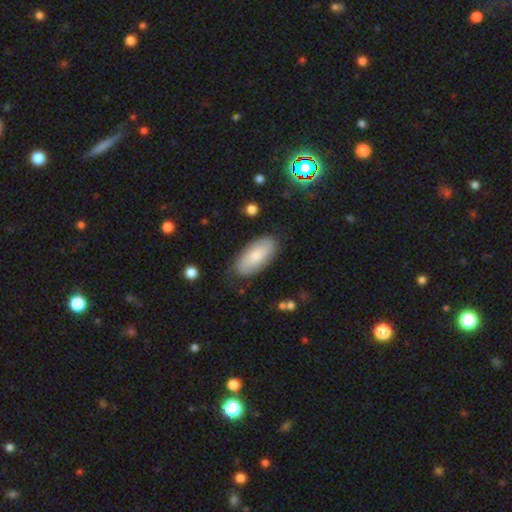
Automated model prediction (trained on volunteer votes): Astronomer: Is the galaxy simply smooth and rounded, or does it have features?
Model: smooth — 72%.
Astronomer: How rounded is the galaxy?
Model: in between — 89%.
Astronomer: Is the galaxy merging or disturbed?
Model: none — 80%.